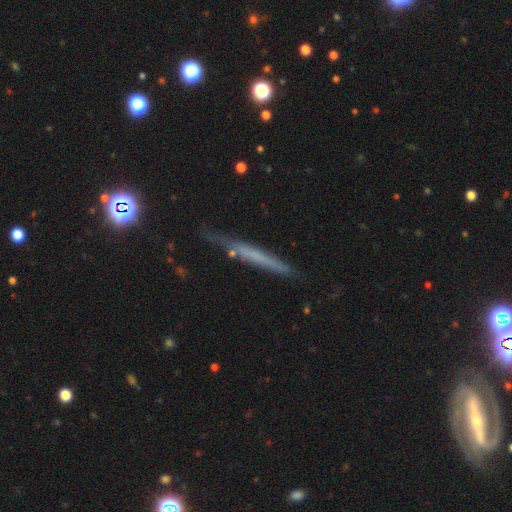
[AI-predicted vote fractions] Smooth or featured? featured or disk (47%)
Merging? none (71%)